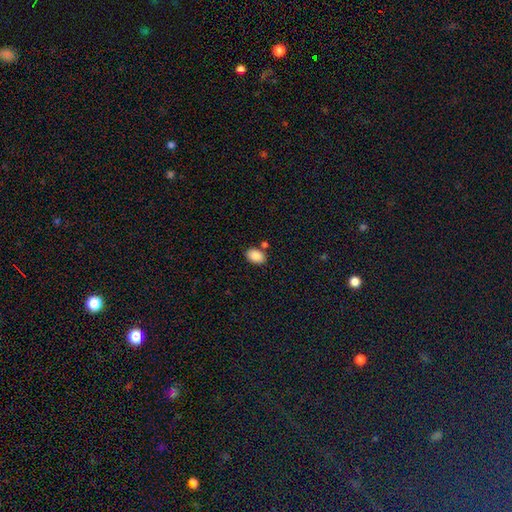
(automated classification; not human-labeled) Smooth or featured? Predicted: smooth (p=0.89). How rounded? Predicted: in between (p=0.85). Merging? Predicted: none (p=0.77).